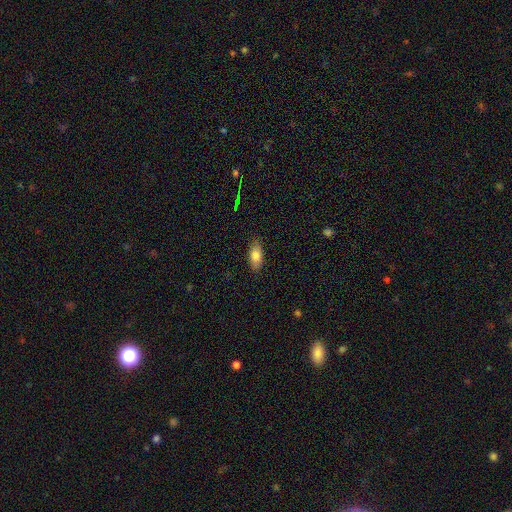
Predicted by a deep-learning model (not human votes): Smooth or featured?
  - smooth: 79% *
  - featured or disk: 13%
  - star or artifact: 8%
How rounded?
  - in between: 86% *
  - cigar-shaped: 10%
  - round: 4%
Merging?
  - none: 86% *
  - minor disturbance: 11%
  - major disturbance: 2%
  - merger: 1%